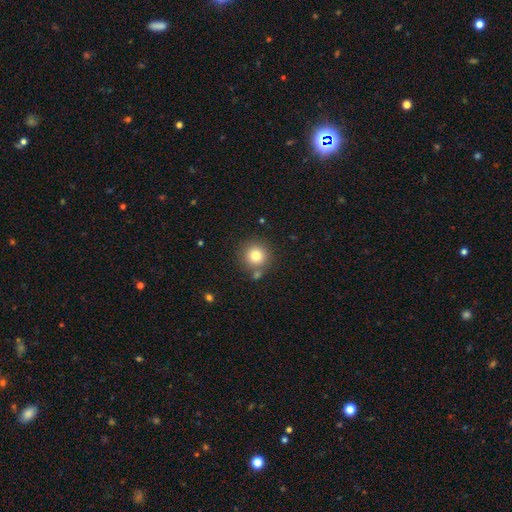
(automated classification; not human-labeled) A smooth galaxy with no disk features (79%) that is round (94%). Merging: none (79%).